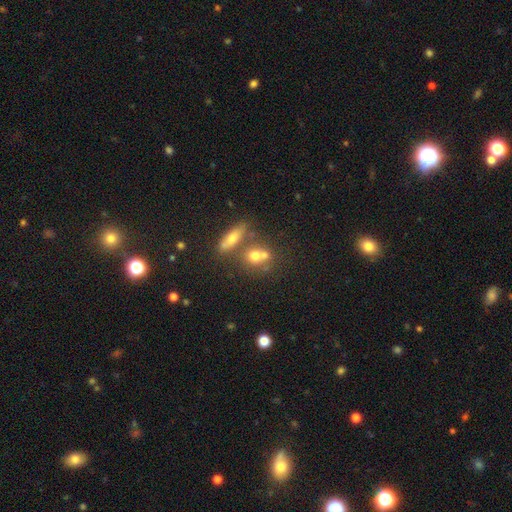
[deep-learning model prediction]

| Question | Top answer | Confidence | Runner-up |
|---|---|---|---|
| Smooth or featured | smooth | 63% | featured or disk (22%) |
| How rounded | round | 61% | in between (33%) |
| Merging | merger | 45% | none (41%) |